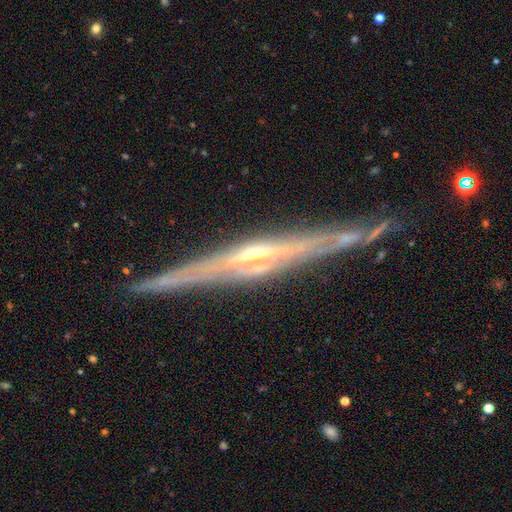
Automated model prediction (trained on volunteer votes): Overall: featured or disk (84%). Edge-on disk: yes (94%). Edge-on bulge: rounded (56%; none 30%). Merging: none (82%).